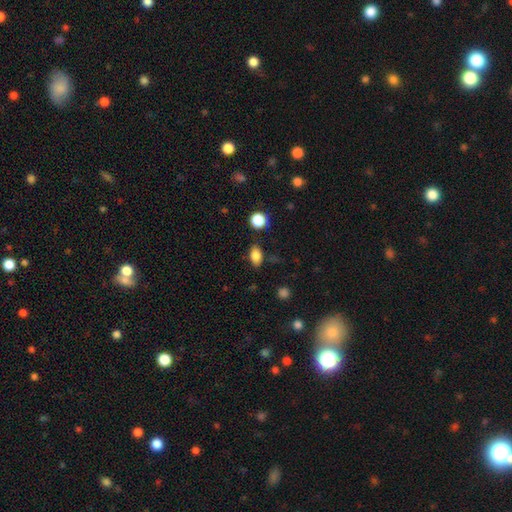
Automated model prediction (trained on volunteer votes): Smooth or featured? smooth (84%)
How rounded? in between (85%)
Merging? none (81%)